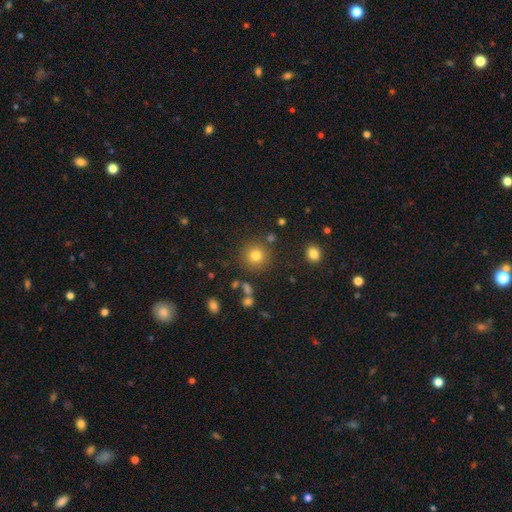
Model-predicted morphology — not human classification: Q: Smooth or featured?
A: smooth (79%); runner-up: star or artifact (14%)
Q: How rounded?
A: round (93%); runner-up: in between (6%)
Q: Merging?
A: none (85%); runner-up: minor disturbance (8%)